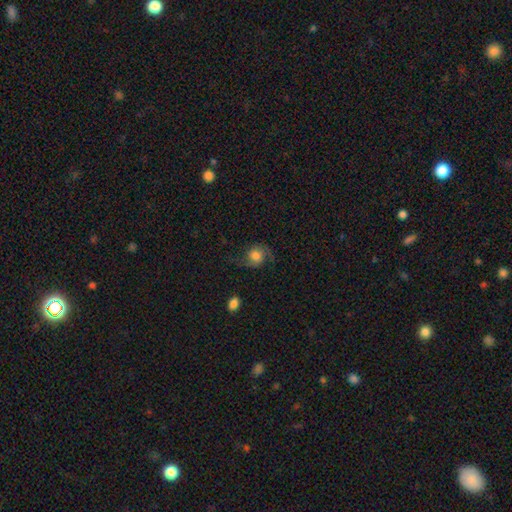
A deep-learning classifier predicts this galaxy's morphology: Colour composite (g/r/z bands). It shows a featured or disk galaxy (56%) with no bar (71%), spiral arms (92%) and a moderate central bulge (43%). Merging: none (64%).